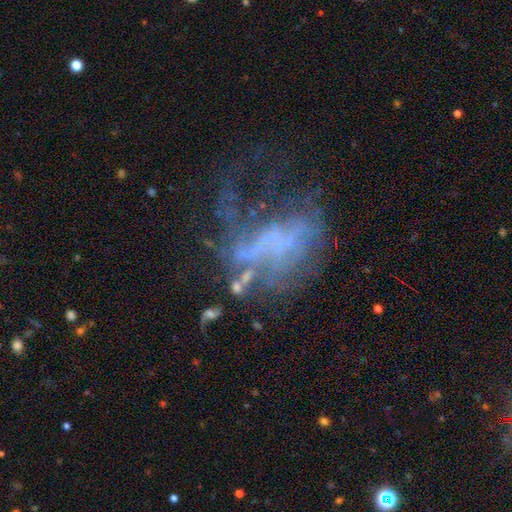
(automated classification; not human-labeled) Q: Smooth or featured?
A: featured or disk (62%); runner-up: star or artifact (21%)
Q: Edge-on disk?
A: no (96%); runner-up: yes (4%)
Q: Bar?
A: no (78%); runner-up: weak (14%)
Q: Spiral arms?
A: no (79%); runner-up: yes (21%)
Q: Bulge size?
A: none (80%); runner-up: small (9%)
Q: Merging?
A: major disturbance (52%); runner-up: none (26%)